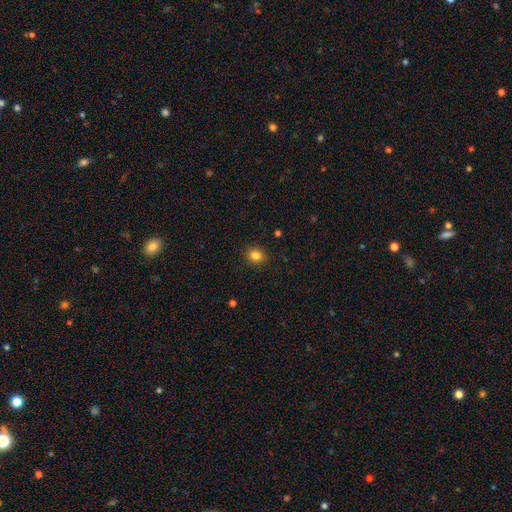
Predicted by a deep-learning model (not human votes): This appears to be a smooth galaxy with no disk features (83%) that is round (72%). Merging: none (90%).